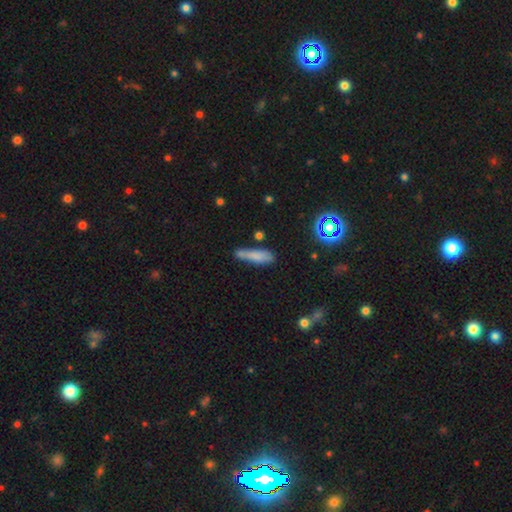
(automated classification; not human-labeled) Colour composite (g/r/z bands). It shows a smooth galaxy with no disk features (75%) that is cigar-shaped (74%). Merging: none (57%).